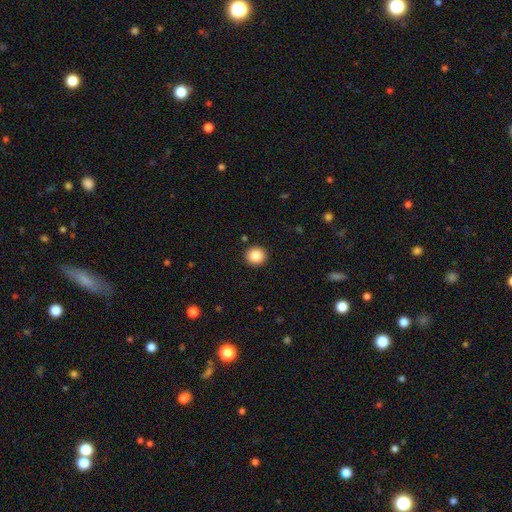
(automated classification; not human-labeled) A smooth galaxy with no disk features (85%) that is round (92%).

Vote fractions:
- Smooth or featured? smooth: 85% / star or artifact: 9% / featured or disk: 5%
- How rounded? round: 92% / in between: 7% / cigar-shaped: 1%
- Merging? none: 92% / minor disturbance: 5% / major disturbance: 2% / merger: 1%